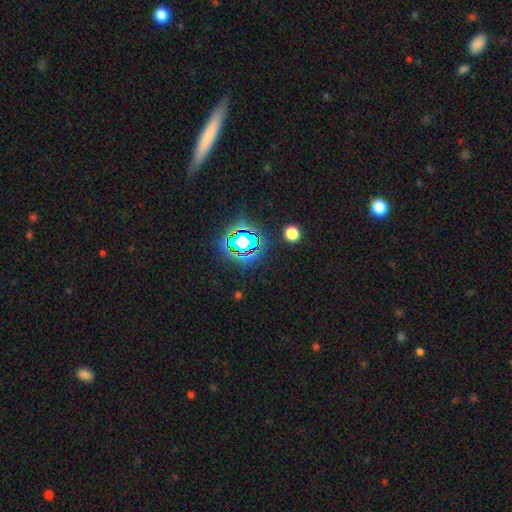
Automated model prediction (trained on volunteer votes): Smooth or featured: star or artifact — 58% (smooth — 26%)